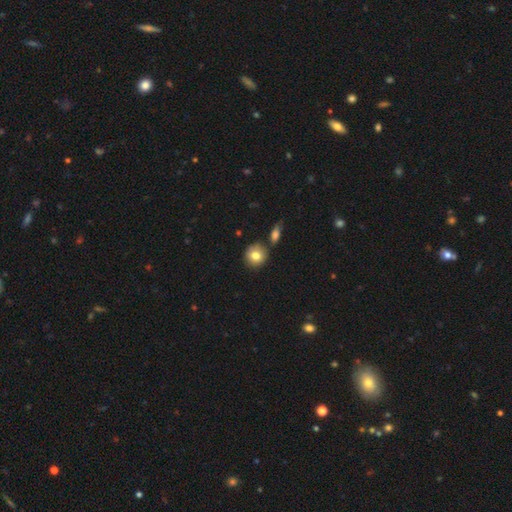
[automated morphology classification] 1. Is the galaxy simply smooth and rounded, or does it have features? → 80% smooth, 11% featured or disk, 9% star or artifact.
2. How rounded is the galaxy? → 89% round, 10% in between, 1% cigar-shaped.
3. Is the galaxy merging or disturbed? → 76% none, 11% minor disturbance, 11% merger, 3% major disturbance.